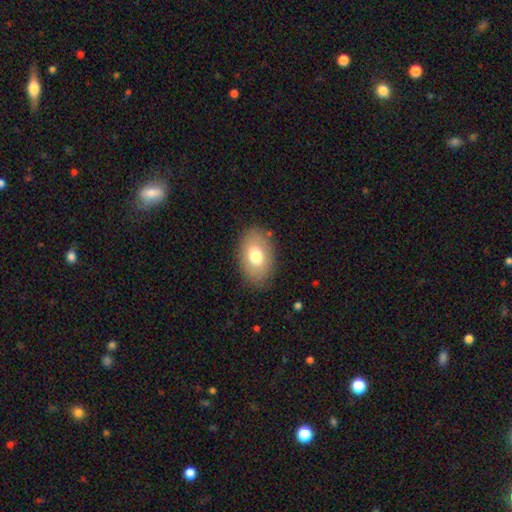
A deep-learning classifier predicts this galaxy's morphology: Q: Smooth or featured?
A: smooth (73%); runner-up: featured or disk (20%)
Q: How rounded?
A: in between (88%); runner-up: round (11%)
Q: Merging?
A: none (83%); runner-up: minor disturbance (12%)